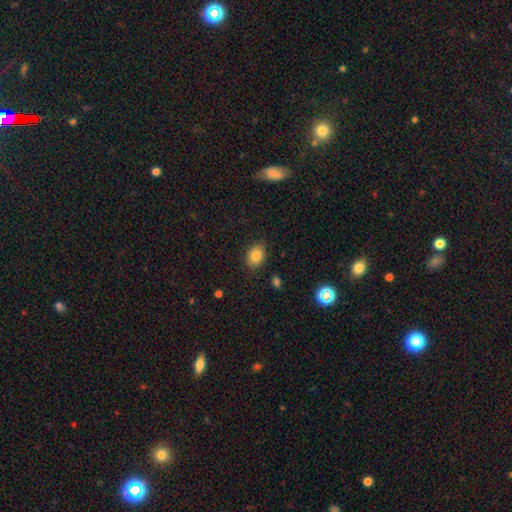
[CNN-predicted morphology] smooth_or_featured: smooth (p=0.83) [alt: star or artifact p=0.09]
how_rounded: in between (p=0.65) [alt: round p=0.34]
merging: none (p=0.85) [alt: minor disturbance p=0.11]